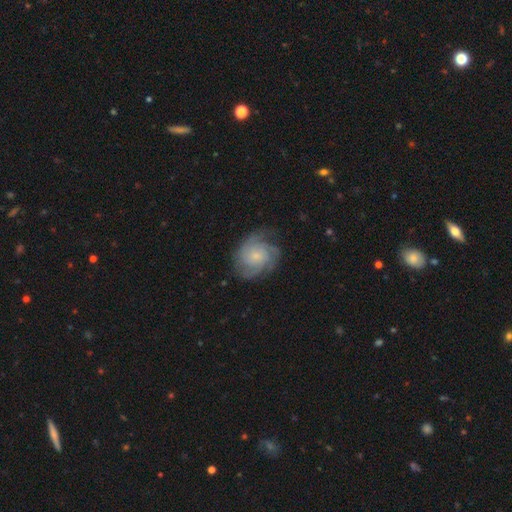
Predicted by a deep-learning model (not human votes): Smooth or featured?
  - featured or disk: 80% *
  - smooth: 14%
  - star or artifact: 6%
Edge-on disk?
  - no: 98% *
  - yes: 2%
Bar?
  - no: 76% *
  - weak: 21%
  - strong: 3%
Spiral arms?
  - yes: 96% *
  - no: 4%
Spiral winding?
  - tight: 55% *
  - medium: 36%
  - loose: 9%
Spiral arm count?
  - 3: 30% *
  - can't tell: 23%
  - 4: 20%
  - 2: 14%
  - more than 4: 7%
  - 1: 6%
Bulge size?
  - small: 69% *
  - moderate: 21%
  - none: 7%
  - large: 3%
  - dominant: 1%
Merging?
  - none: 71% *
  - minor disturbance: 19%
  - major disturbance: 9%
  - merger: 1%